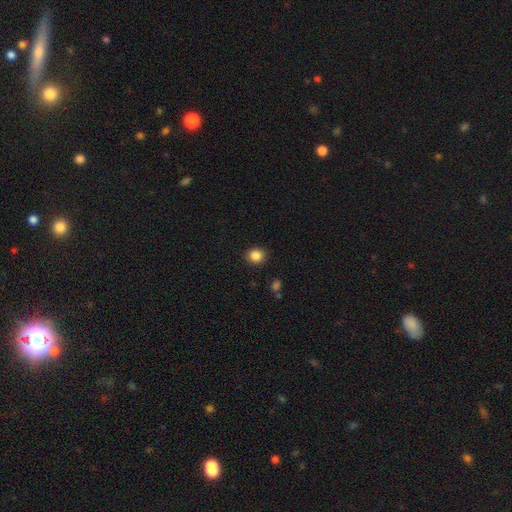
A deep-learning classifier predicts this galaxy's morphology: This is clearly a smooth galaxy (86%). How rounded: clearly round (83%). Merging: clearly none (91%).